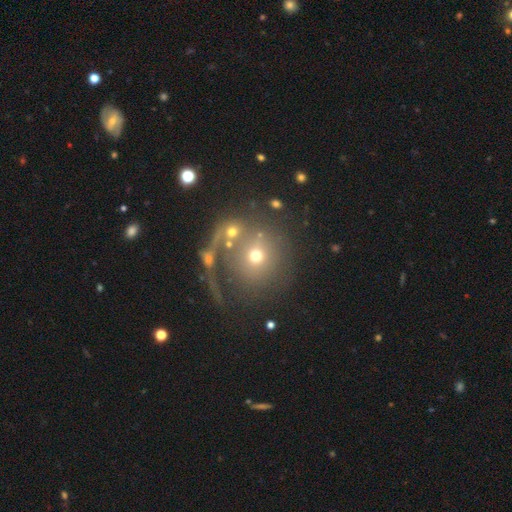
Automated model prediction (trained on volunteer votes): Morphology: type=smooth (59%); roundness=round (88%); merging=none (47%).